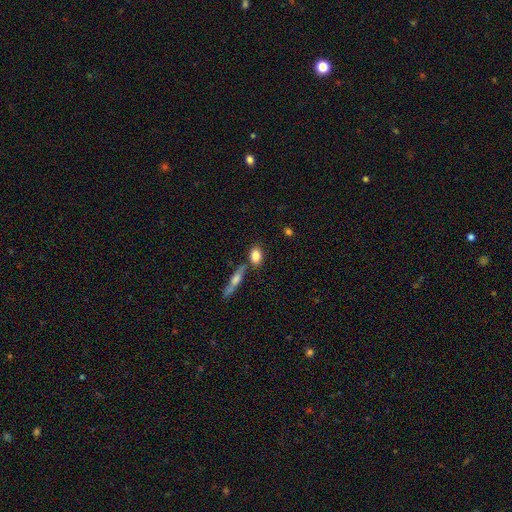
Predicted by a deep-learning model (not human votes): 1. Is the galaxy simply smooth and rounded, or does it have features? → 82% smooth, 11% featured or disk, 8% star or artifact.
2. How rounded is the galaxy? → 72% in between, 22% round, 6% cigar-shaped.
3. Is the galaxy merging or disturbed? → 66% none, 17% merger, 13% minor disturbance, 4% major disturbance.